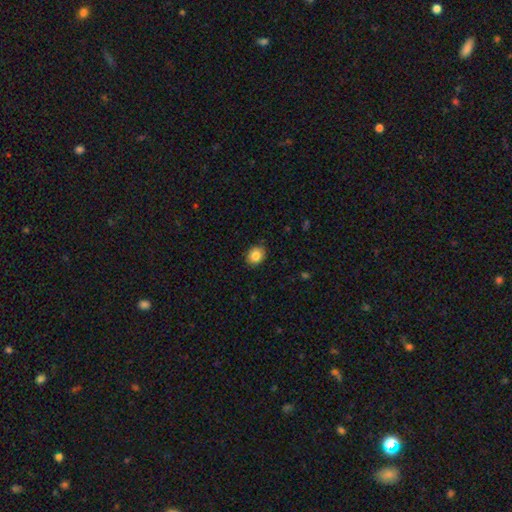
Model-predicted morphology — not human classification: type=smooth (85%); roundness=round (51%); merging=none (87%).